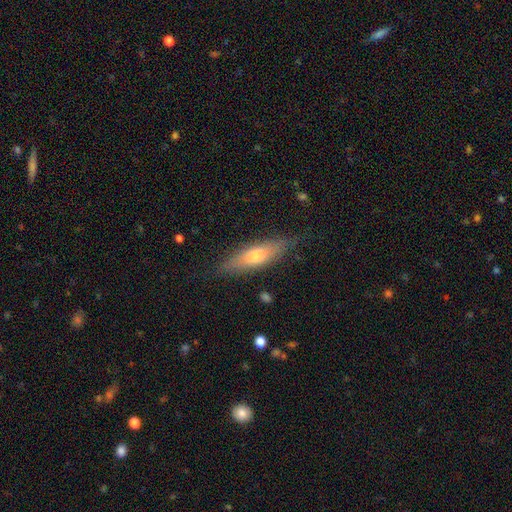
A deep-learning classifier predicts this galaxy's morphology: Smooth or featured: smooth — 60% (featured or disk — 34%)
How rounded: cigar-shaped — 58% (in between — 40%)
Merging: none — 80% (minor disturbance — 15%)